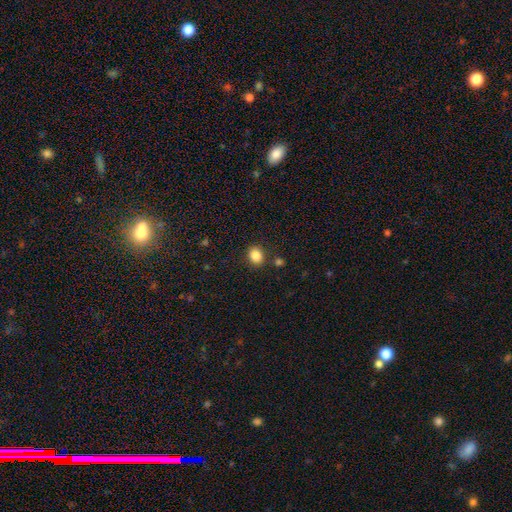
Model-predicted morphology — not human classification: smooth-or-featured: smooth: 85% | star or artifact: 10% | featured or disk: 5%
  how-rounded: round: 54% | in between: 45% | cigar-shaped: 1%
  merging: none: 84% | minor disturbance: 9% | merger: 5% | major disturbance: 3%